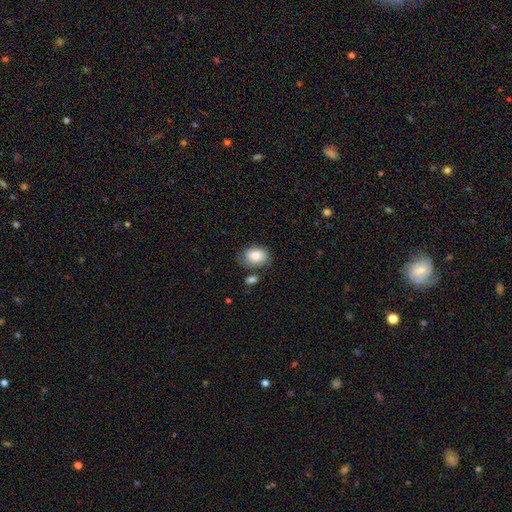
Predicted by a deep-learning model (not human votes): Smooth or featured? Predicted: smooth (p=0.78). How rounded? Predicted: in between (p=0.74). Merging? Predicted: none (p=0.56).